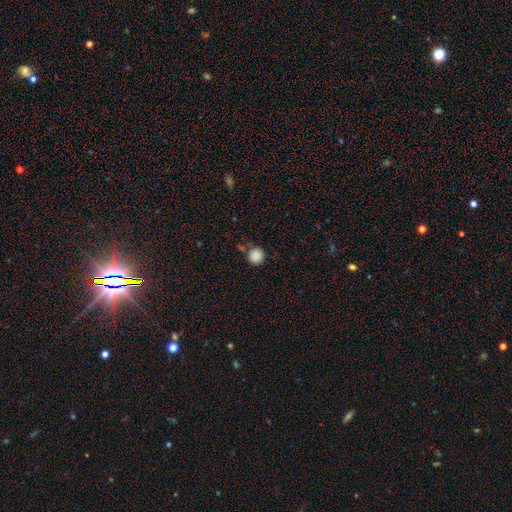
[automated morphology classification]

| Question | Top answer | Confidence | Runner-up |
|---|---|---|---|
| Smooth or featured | smooth | 87% | star or artifact (10%) |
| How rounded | round | 94% | in between (5%) |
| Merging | none | 76% | minor disturbance (12%) |